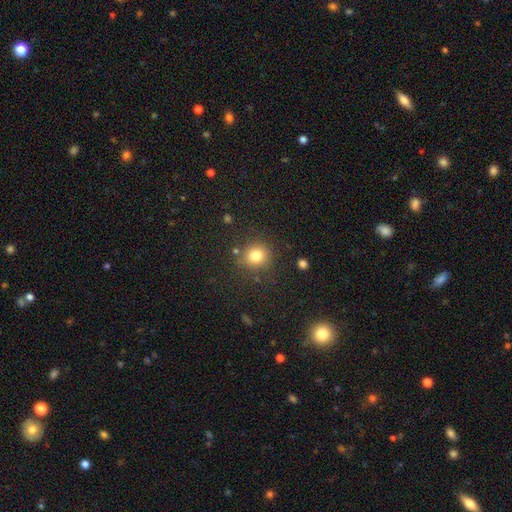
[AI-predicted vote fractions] A smooth galaxy with no disk features (80%) that is round (85%). Merging: none (82%).